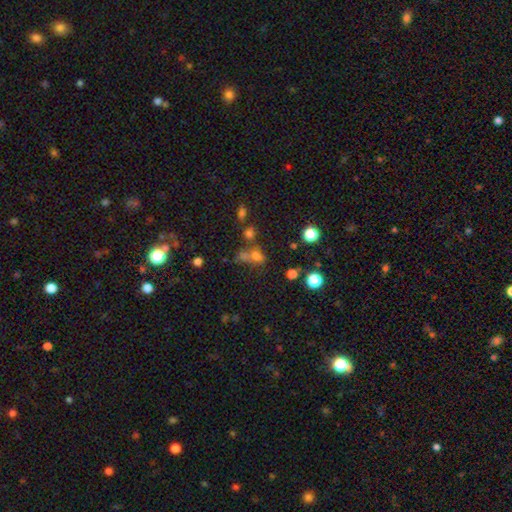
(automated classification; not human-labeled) Morphology: type=smooth (61%); roundness=in between (51%); merging=merger (41%).